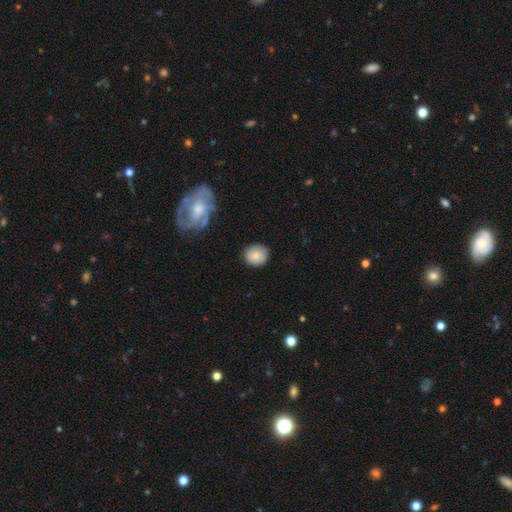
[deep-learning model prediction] The model was most divided on "how rounded": round: 80%, in between: 19%, cigar-shaped: 1%. More confident: merging — none (84%); smooth or featured — smooth (79%).